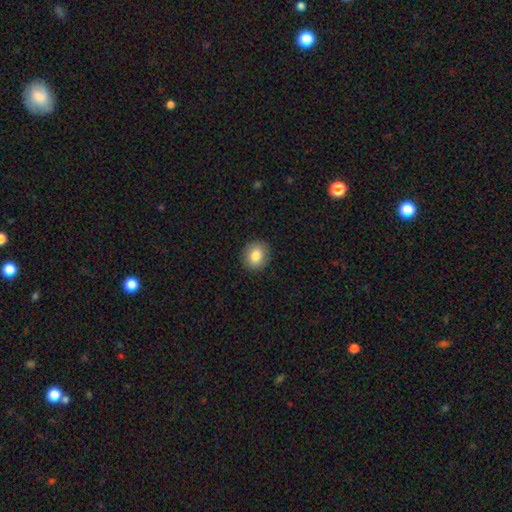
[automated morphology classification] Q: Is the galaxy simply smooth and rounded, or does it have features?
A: smooth — 84%.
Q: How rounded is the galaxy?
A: round — 72%.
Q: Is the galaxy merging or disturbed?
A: none — 90%.